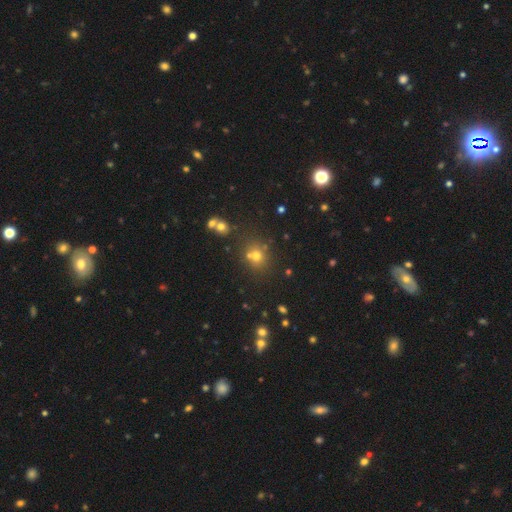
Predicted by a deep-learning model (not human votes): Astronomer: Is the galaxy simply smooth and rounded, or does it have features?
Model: smooth — 64%.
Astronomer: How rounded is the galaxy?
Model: round — 81%.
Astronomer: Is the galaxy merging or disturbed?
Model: none — 66%.